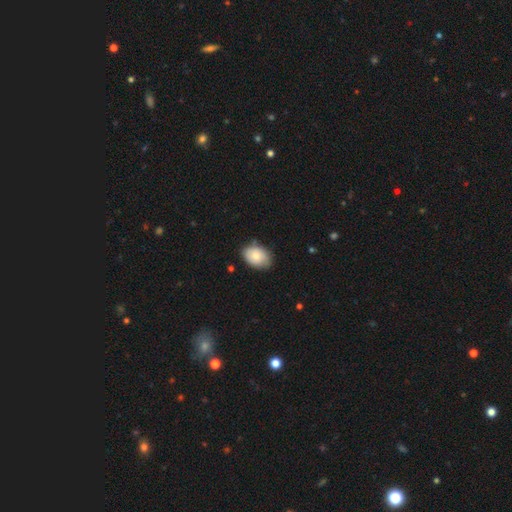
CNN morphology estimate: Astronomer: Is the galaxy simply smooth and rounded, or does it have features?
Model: smooth — 80%.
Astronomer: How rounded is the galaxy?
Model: in between — 81%.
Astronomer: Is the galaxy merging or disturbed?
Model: none — 76%.